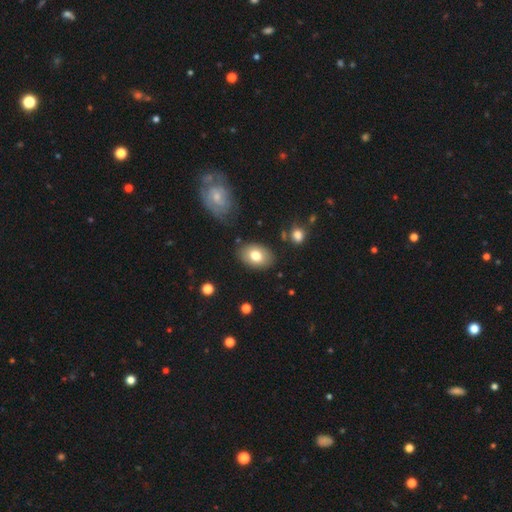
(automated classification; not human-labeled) smooth 75%, featured or disk 17%, star or artifact 8%. Down the decision tree: how rounded — in between (81%); merging — none (82%).